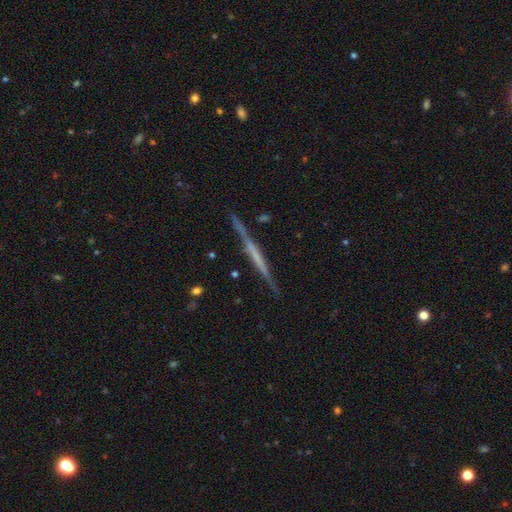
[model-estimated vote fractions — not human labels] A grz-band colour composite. It shows a featured or disk galaxy (71%) viewed edge-on (97%) with no central bulge (74%). Merging: none (87%).